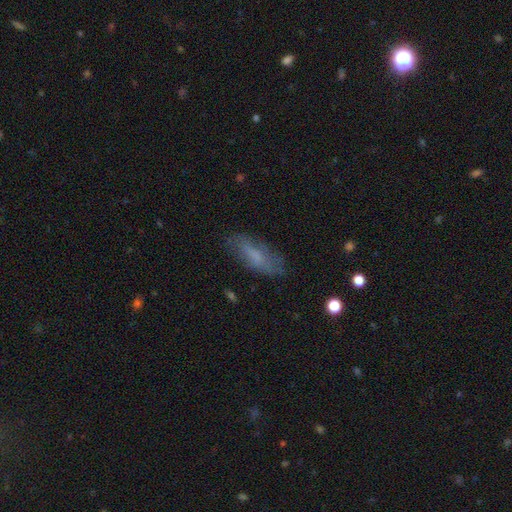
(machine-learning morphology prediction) type=smooth (62%); roundness=in between (63%); merging=none (70%).